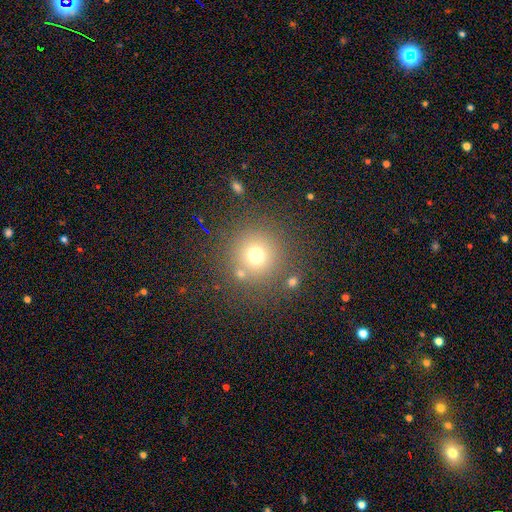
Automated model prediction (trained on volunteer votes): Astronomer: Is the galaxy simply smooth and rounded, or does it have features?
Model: smooth — 70%.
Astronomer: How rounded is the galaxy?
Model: round — 94%.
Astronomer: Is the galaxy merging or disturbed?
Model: none — 82%.